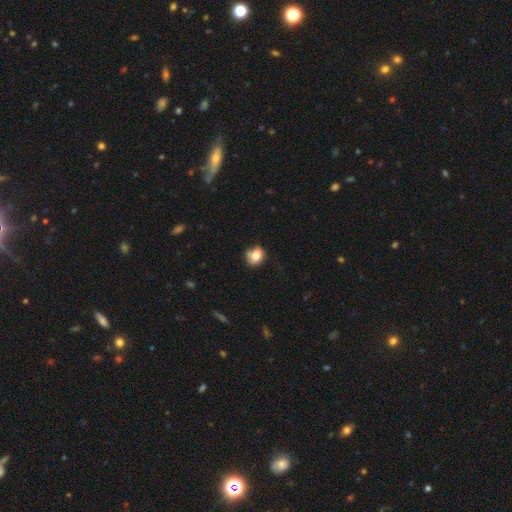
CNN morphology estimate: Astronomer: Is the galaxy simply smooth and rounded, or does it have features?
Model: smooth — 77%.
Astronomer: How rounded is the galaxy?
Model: round — 58% (runner-up: in between, 41%).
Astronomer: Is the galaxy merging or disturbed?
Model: none — 52% (runner-up: minor disturbance, 32%).